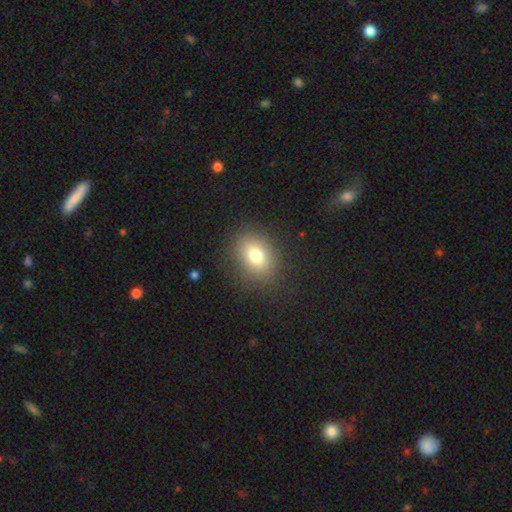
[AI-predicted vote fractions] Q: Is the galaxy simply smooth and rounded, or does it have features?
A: smooth — 77%.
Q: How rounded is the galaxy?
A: in between — 58%.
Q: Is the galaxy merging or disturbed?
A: none — 84%.